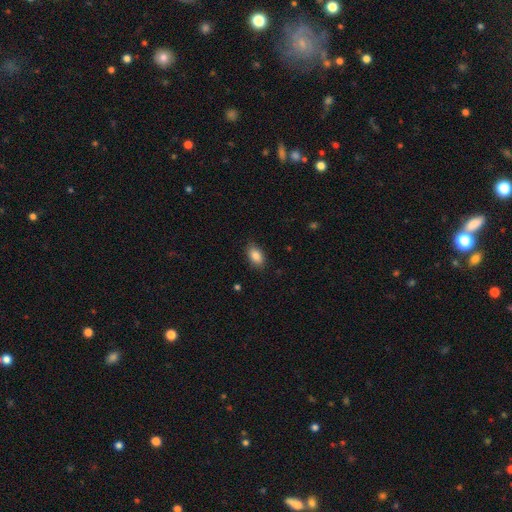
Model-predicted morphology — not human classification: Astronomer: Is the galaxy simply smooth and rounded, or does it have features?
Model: smooth — 86%.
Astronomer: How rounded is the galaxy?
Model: in between — 91%.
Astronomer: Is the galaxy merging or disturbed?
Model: none — 85%.